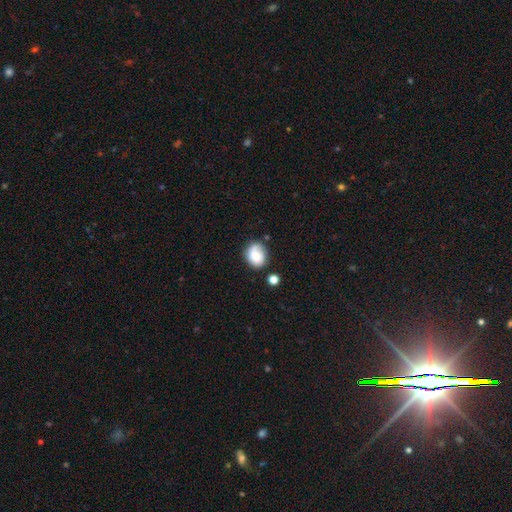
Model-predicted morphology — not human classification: The model was most divided on "how rounded": round: 55%, in between: 44%, cigar-shaped: 1%. More confident: smooth or featured — smooth (66%); merging — none (65%).